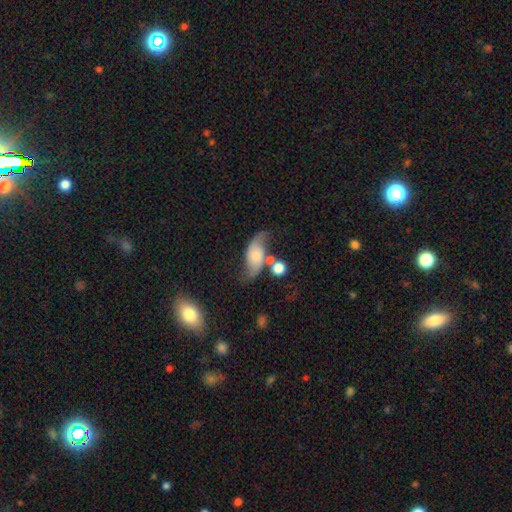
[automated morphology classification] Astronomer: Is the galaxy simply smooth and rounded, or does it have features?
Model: featured or disk — 65%.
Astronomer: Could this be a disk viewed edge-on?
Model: no — 94%.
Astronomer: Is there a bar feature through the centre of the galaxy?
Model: no — 71%.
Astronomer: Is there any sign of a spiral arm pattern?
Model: yes — 92%.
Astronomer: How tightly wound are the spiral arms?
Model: loose — 78%.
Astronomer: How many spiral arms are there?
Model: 2 — 91%.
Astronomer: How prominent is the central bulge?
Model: small — 48% (runner-up: moderate, 27%).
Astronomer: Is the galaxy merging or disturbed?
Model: none — 50%.